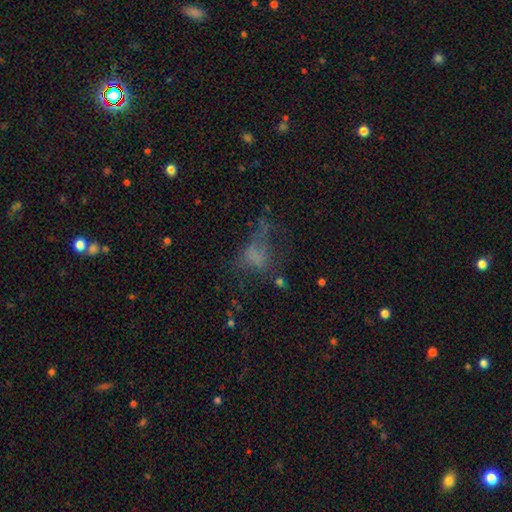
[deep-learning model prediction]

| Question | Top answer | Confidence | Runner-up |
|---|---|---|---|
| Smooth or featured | smooth | 47% | featured or disk (28%) |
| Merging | major disturbance | 46% | none (30%) |